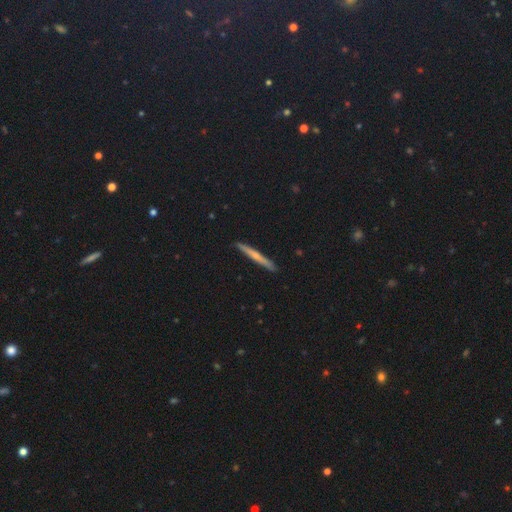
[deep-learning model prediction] Smooth or featured?
  - featured or disk: 49% *
  - smooth: 46%
  - star or artifact: 6%
Merging?
  - none: 91% *
  - minor disturbance: 7%
  - major disturbance: 1%
  - merger: 1%